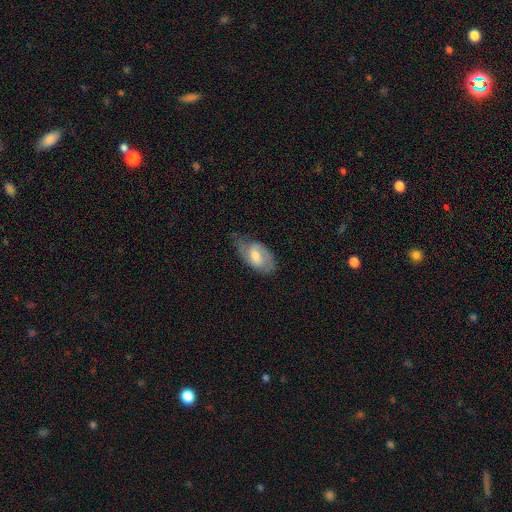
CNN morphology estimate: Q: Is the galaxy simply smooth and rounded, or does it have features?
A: featured or disk — 65%.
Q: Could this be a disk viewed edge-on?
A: no — 95%.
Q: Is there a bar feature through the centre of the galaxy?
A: weak — 52%.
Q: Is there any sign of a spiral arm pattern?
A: yes — 88%.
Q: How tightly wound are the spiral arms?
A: medium — 46%.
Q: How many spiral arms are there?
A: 2 — 76%.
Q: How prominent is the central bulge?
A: moderate — 56%.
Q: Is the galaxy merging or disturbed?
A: none — 63%.